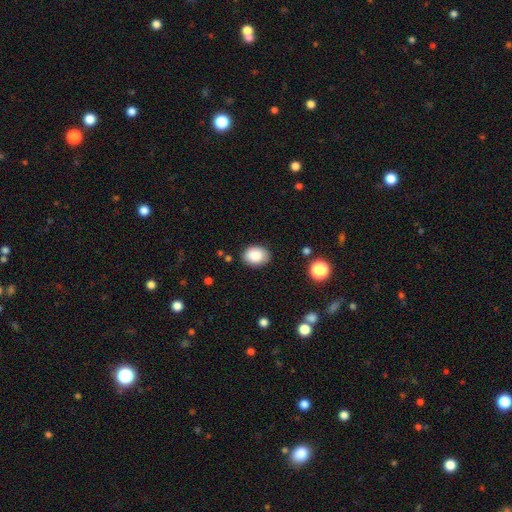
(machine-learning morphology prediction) Smooth or featured? Predicted: smooth (p=0.86). How rounded? Predicted: in between (p=0.67). Merging? Predicted: none (p=0.83).